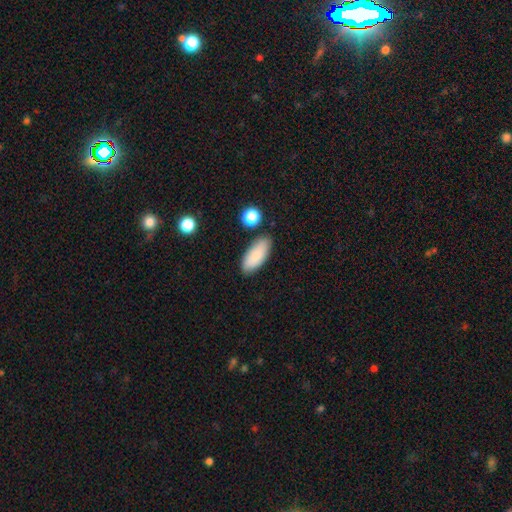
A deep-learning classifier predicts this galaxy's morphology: Smooth or featured: smooth — 83% (featured or disk — 10%)
How rounded: in between — 86% (cigar-shaped — 12%)
Merging: none — 81% (minor disturbance — 13%)